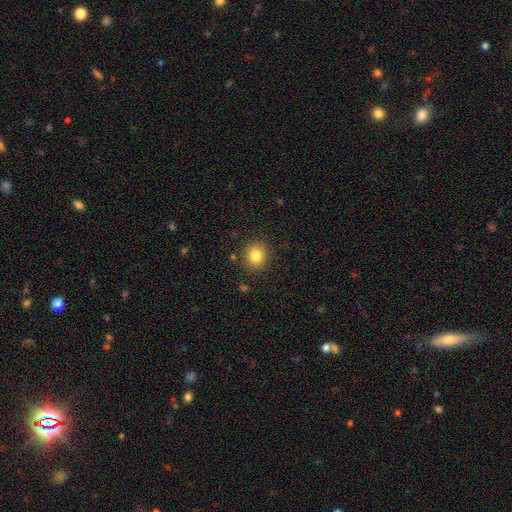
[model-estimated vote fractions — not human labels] A smooth galaxy with no disk features (83%) that is round (81%). Merging: none (88%).